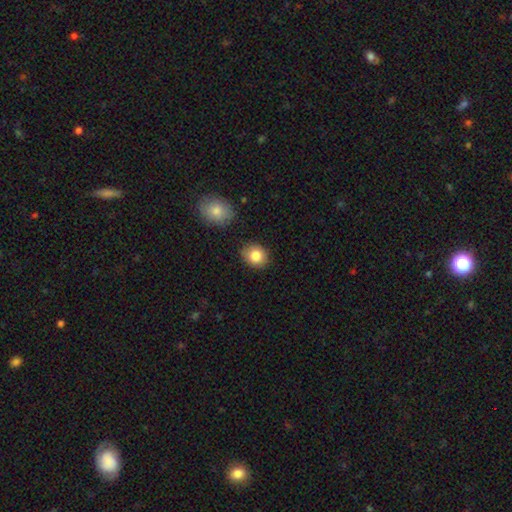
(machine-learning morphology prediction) A smooth galaxy with no disk features (85%) that is round (67%). Merging: none (84%).